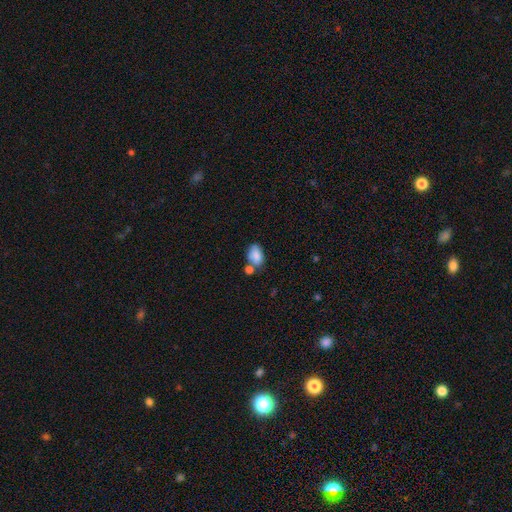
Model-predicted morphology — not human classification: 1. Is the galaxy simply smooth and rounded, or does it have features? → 81% smooth, 10% featured or disk, 9% star or artifact.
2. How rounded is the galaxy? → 87% in between, 11% round, 2% cigar-shaped.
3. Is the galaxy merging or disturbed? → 46% none, 28% merger, 20% minor disturbance, 7% major disturbance.